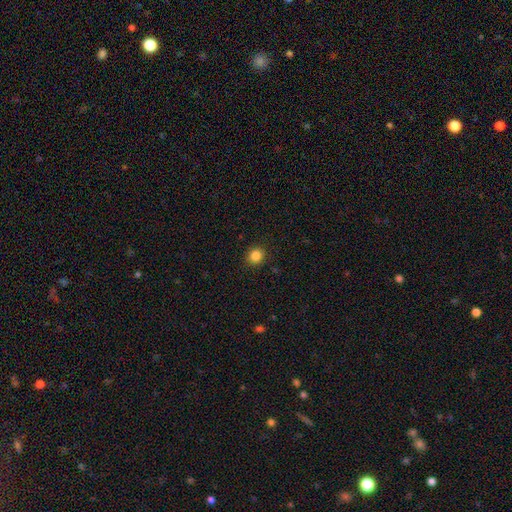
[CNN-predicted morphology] A smooth galaxy with no disk features (84%) that is round (86%). Merging: none (90%).